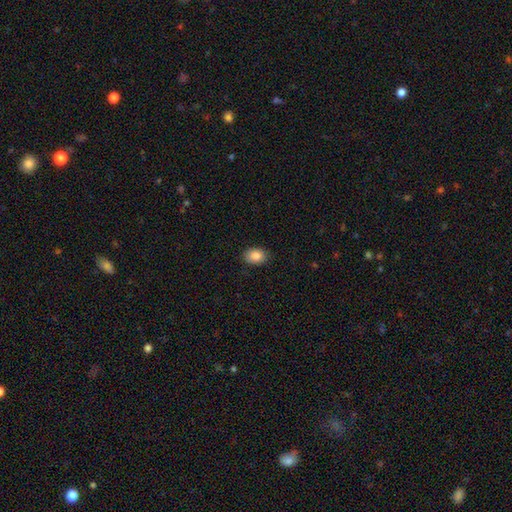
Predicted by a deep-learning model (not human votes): A smooth galaxy with no disk features (87%) that is in between round and cigar-shaped (75%). Merging: none (87%).